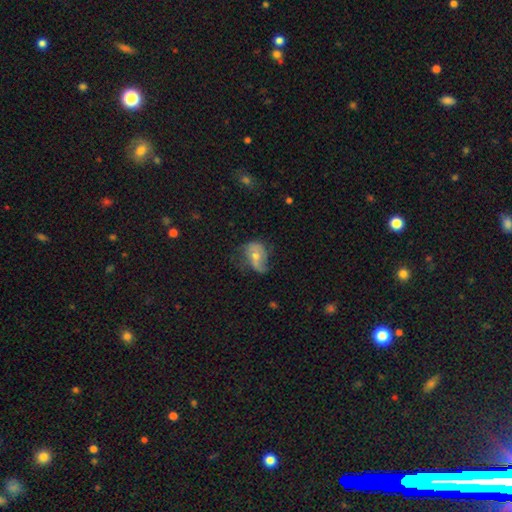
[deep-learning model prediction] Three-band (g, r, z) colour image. It shows a featured or disk galaxy (57%) with no bar (66%), spiral arms (75%) and a moderate central bulge (51%). Merging: none (41%).